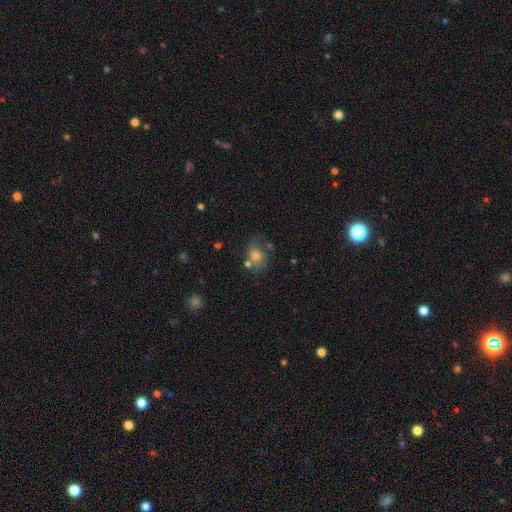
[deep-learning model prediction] Morphology: type=smooth (57%); roundness=round (54%); merging=none (53%).